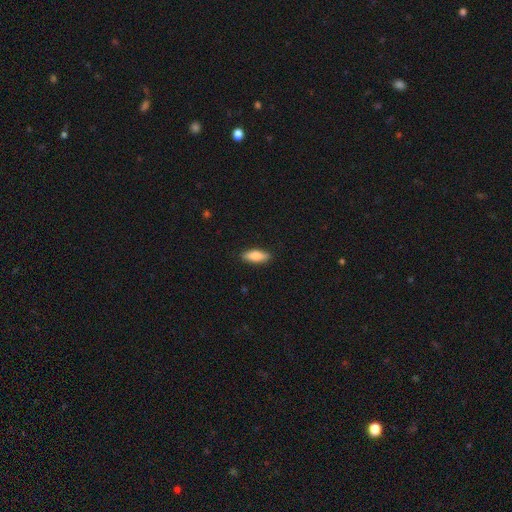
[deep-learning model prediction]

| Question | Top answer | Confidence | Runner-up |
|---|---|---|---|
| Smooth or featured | smooth | 82% | featured or disk (13%) |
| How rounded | in between | 68% | cigar-shaped (29%) |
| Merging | none | 89% | minor disturbance (8%) |